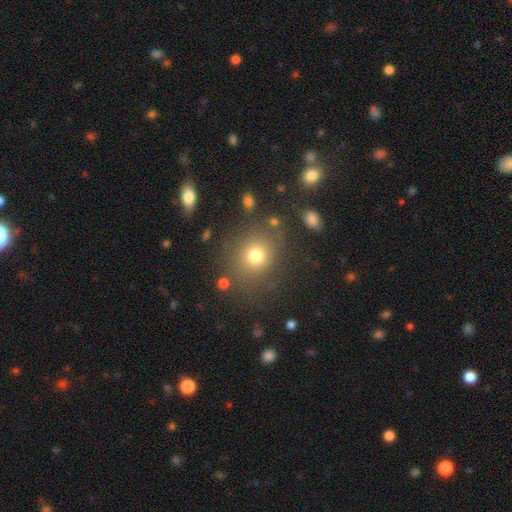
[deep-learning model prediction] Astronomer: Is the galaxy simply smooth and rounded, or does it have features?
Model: smooth — 74%.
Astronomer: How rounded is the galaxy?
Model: round — 78%.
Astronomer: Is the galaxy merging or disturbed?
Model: none — 79%.